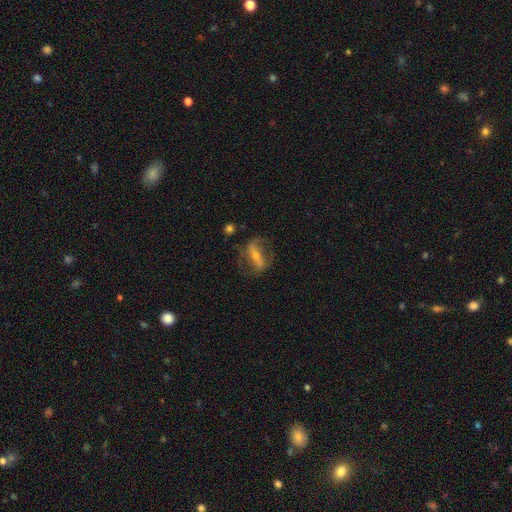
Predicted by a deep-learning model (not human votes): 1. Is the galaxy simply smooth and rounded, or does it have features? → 71% featured or disk, 19% smooth, 10% star or artifact.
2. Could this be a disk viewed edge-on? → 86% no, 14% yes.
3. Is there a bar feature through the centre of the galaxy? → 54% strong, 27% weak, 20% no.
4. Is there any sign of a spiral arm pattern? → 77% yes, 23% no.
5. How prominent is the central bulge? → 59% small, 34% moderate, 4% none, 2% large, 1% dominant.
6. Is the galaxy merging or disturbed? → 61% none, 20% minor disturbance, 17% major disturbance, 3% merger.